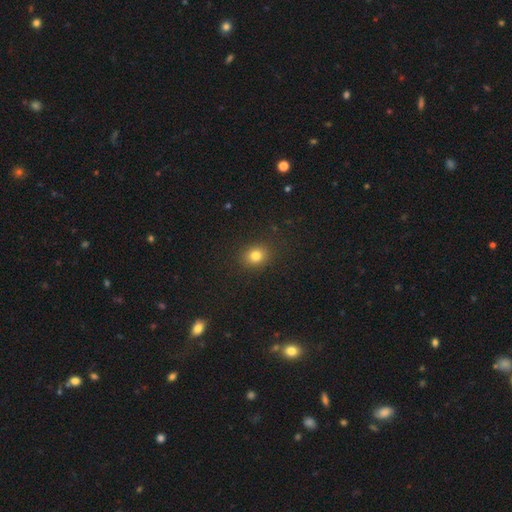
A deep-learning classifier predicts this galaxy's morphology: smooth 81%, star or artifact 13%, featured or disk 6%. Down the decision tree: how rounded — round (67%); merging — none (88%).